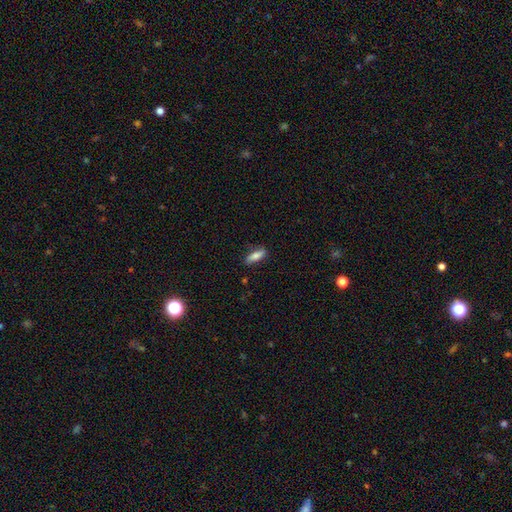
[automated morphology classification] This is likely a smooth galaxy (75%). How rounded: possibly in between (56%). Merging: clearly none (80%).